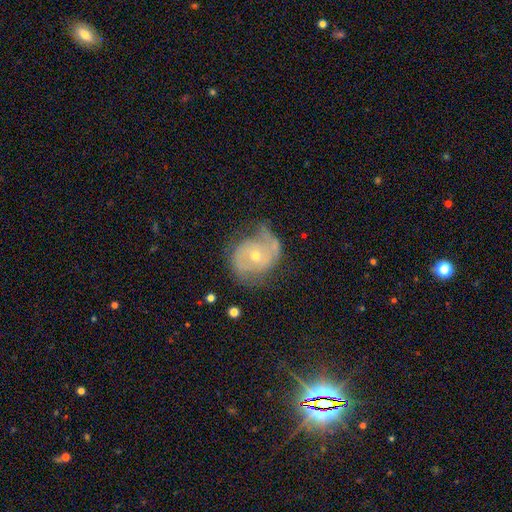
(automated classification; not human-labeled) Smooth or featured: featured or disk — 79% (smooth — 14%)
Edge-on disk: no — 97% (yes — 3%)
Bar: no — 71% (weak — 23%)
Spiral arms: yes — 89% (no — 11%)
Spiral winding: medium — 41% (tight — 40%)
Spiral arm count: 2 — 72% (can't tell — 14%)
Bulge size: small — 52% (moderate — 45%)
Merging: none — 57% (minor disturbance — 25%)